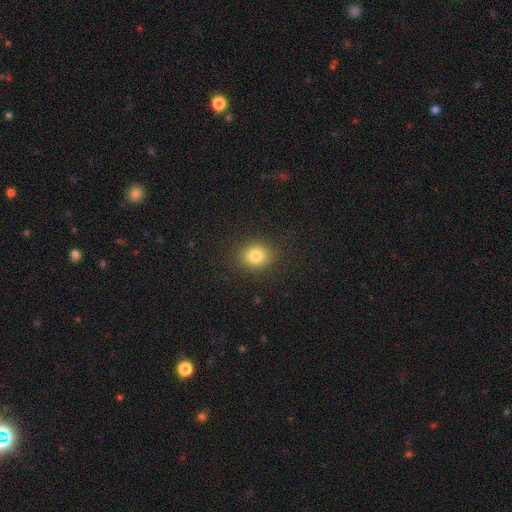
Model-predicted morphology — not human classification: Smooth or featured? smooth (81%)
How rounded? round (69%)
Merging? none (87%)